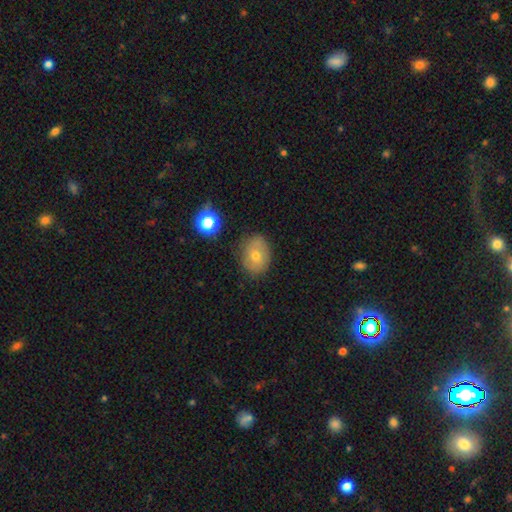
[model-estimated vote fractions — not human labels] Morphology: type=smooth (65%); roundness=in between (60%); merging=none (81%).